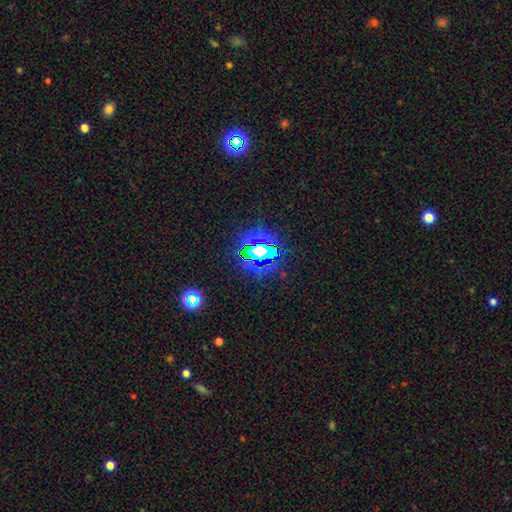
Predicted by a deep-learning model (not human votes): Smooth or featured: star or artifact — 73% (smooth — 16%)